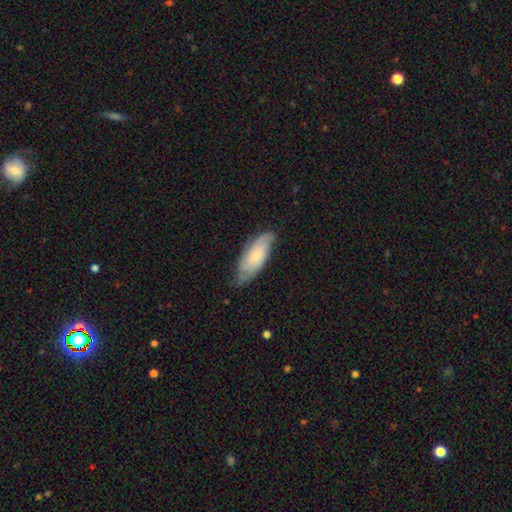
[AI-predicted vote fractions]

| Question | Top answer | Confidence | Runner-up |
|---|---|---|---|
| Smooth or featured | featured or disk | 52% | smooth (42%) |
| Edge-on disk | no | 84% | yes (16%) |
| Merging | none | 68% | minor disturbance (25%) |